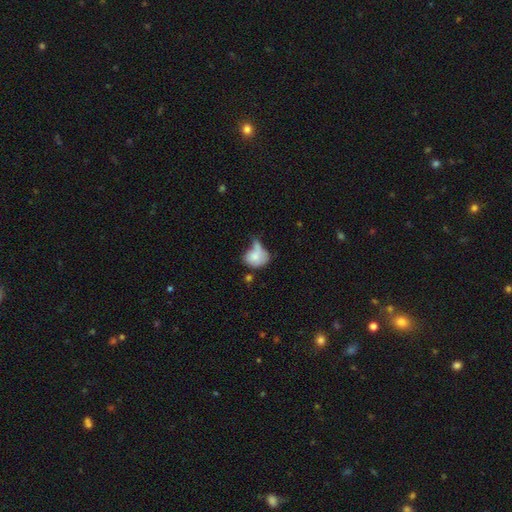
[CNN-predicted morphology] Smooth or featured? smooth (71%)
How rounded? in between (65%)
Merging? major disturbance (29%)